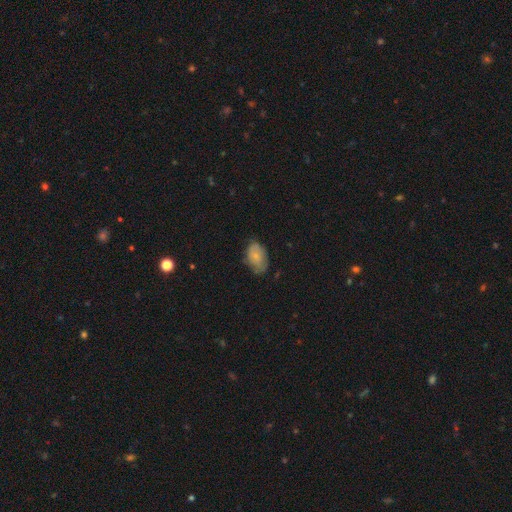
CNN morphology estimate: Smooth or featured? smooth (69%)
How rounded? in between (88%)
Merging? none (61%)